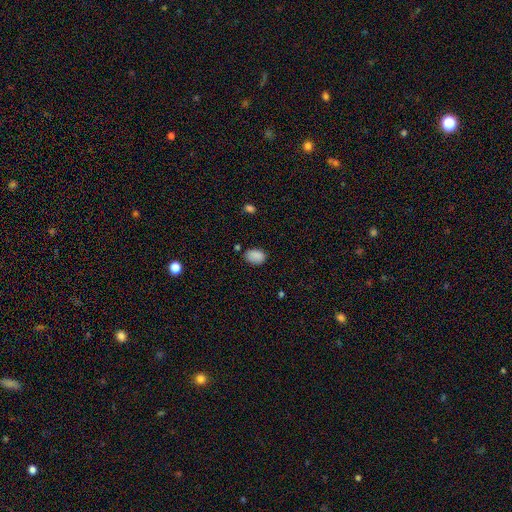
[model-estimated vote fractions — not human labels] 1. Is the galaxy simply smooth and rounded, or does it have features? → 87% smooth, 9% star or artifact, 4% featured or disk.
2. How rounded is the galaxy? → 83% in between, 16% round, 1% cigar-shaped.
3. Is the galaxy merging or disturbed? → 75% none, 18% minor disturbance, 4% major disturbance, 3% merger.